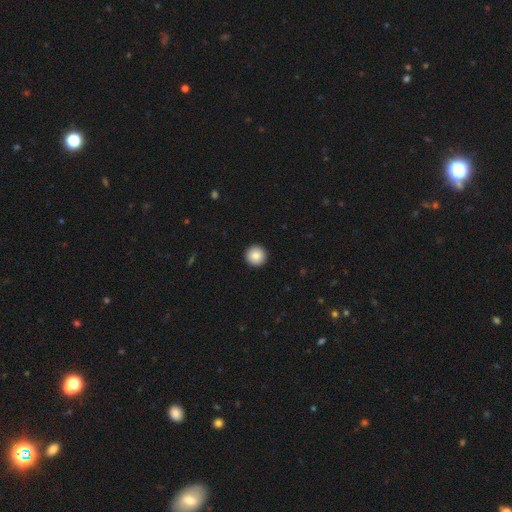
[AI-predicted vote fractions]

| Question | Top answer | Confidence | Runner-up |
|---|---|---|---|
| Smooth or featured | smooth | 86% | star or artifact (8%) |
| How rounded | round | 97% | in between (2%) |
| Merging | none | 94% | minor disturbance (4%) |